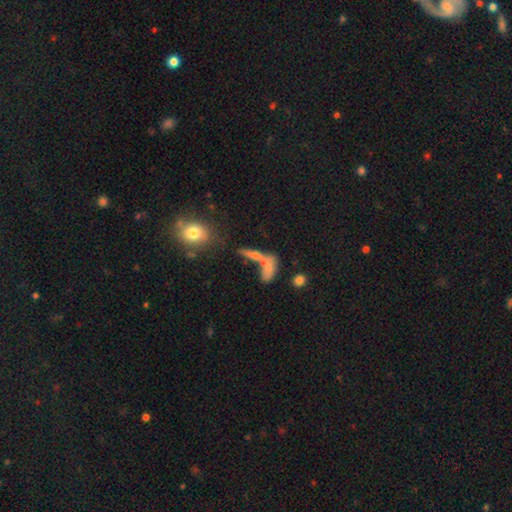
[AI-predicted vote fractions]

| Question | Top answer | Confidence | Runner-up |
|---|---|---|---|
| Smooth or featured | smooth | 40% | star or artifact (31%) |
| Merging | none | 40% | merger (31%) |